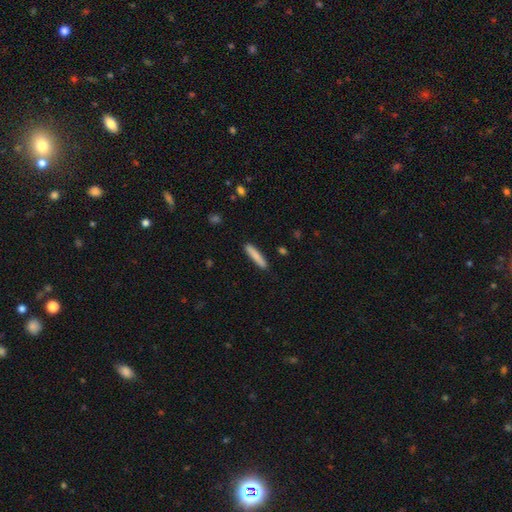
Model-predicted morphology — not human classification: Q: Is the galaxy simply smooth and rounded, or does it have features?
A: smooth — 83%.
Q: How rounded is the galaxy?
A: cigar-shaped — 91%.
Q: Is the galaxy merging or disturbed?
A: none — 89%.